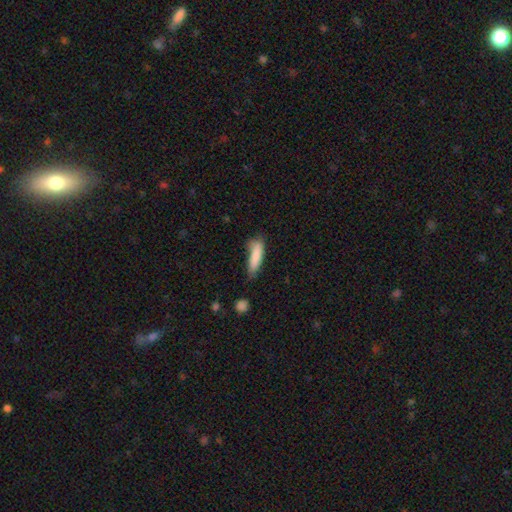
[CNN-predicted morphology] Smooth or featured? smooth (84%)
How rounded? cigar-shaped (67%)
Merging? none (56%)